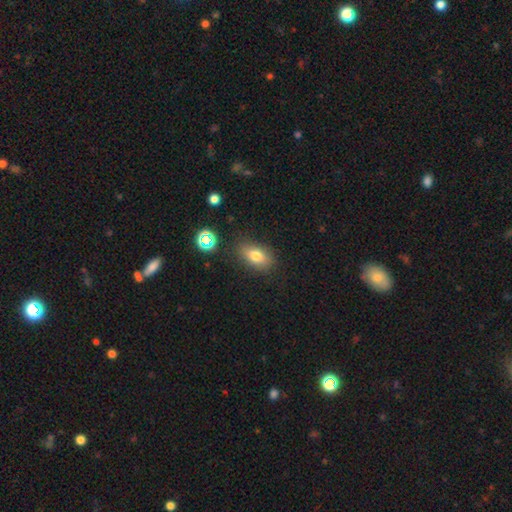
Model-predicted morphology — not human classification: A smooth galaxy with no disk features (77%) that is in between round and cigar-shaped (83%).

Vote fractions:
- Smooth or featured? smooth: 77% / star or artifact: 12% / featured or disk: 11%
- How rounded? in between: 83% / round: 14% / cigar-shaped: 3%
- Merging? none: 81% / minor disturbance: 13% / major disturbance: 3% / merger: 3%